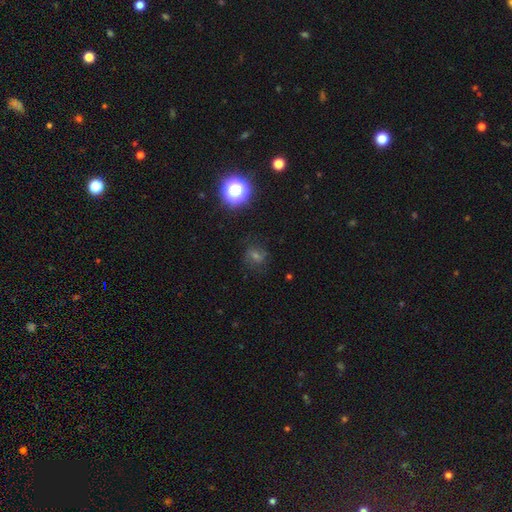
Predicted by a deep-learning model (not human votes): Smooth or featured?
  - smooth: 38% * (tied)
  - star or artifact: 38% * (tied)
  - featured or disk: 24%
Merging?
  - none: 76% *
  - minor disturbance: 14%
  - major disturbance: 8%
  - merger: 2%